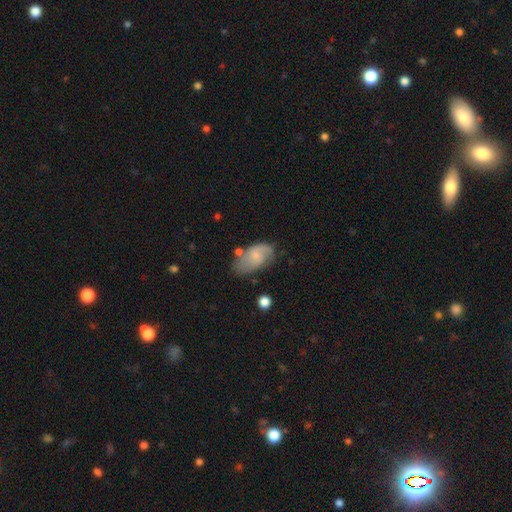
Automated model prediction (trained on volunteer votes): smooth 47%, featured or disk 45%, star or artifact 7%. Down the decision tree: merging — none (53%).